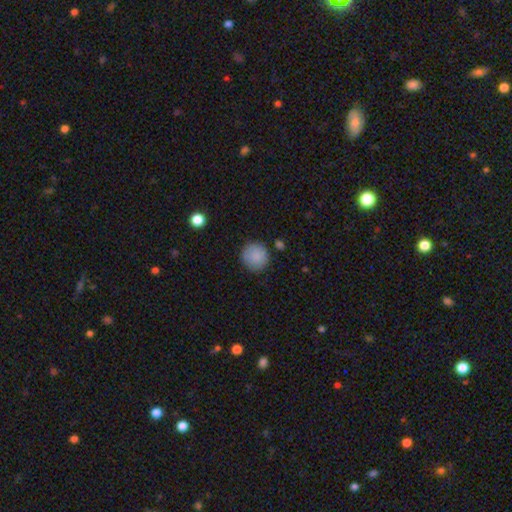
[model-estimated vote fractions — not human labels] Overall: smooth (87%). How rounded: round (94%). Merging: none (86%).